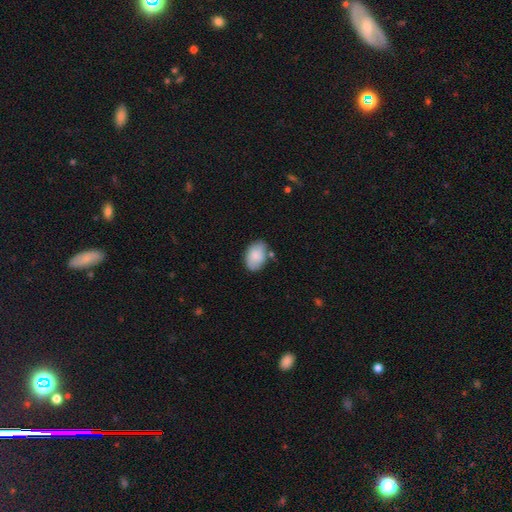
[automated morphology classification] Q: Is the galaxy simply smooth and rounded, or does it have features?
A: smooth — 83%.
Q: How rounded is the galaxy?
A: in between — 88%.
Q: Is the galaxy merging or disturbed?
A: none — 66%.